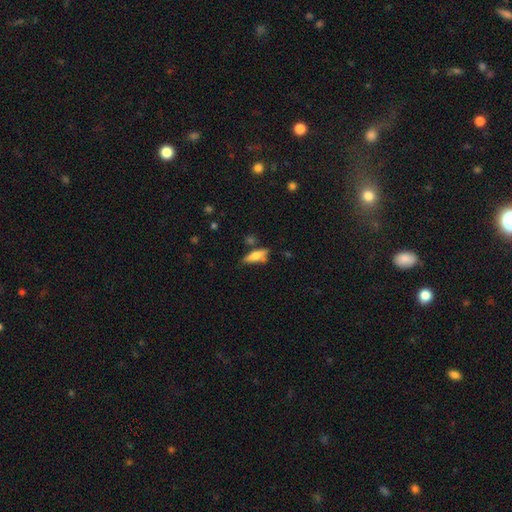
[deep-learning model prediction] The model was most divided on "how rounded": cigar-shaped: 49%, in between: 48%, round: 3%. More confident: smooth or featured — smooth (58%); merging — none (58%).